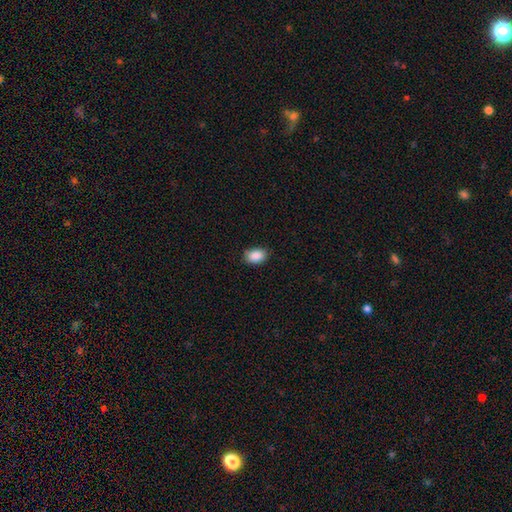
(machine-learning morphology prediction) smooth 89%, star or artifact 8%, featured or disk 3%. Down the decision tree: how rounded — in between (82%); merging — none (82%).